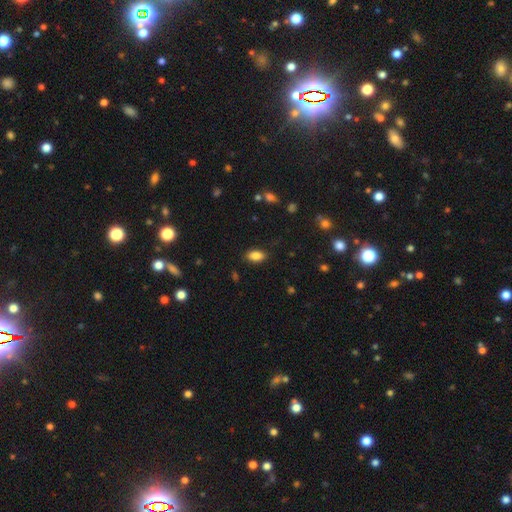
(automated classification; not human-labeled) This is clearly a smooth galaxy (86%). How rounded: clearly in between (91%). Merging: clearly none (86%).